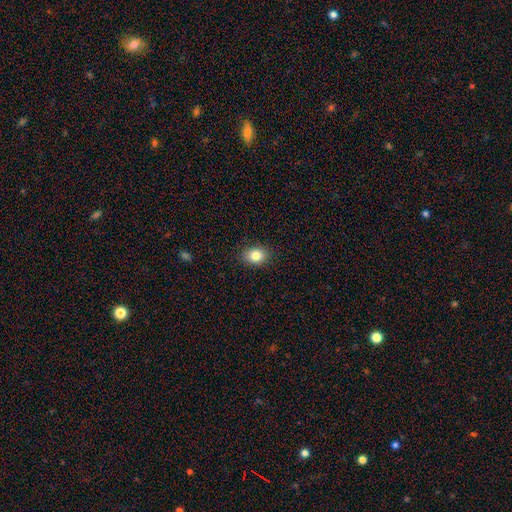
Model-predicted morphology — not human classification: Smooth or featured? Predicted: smooth (p=0.83). How rounded? Predicted: in between (p=0.58). Merging? Predicted: none (p=0.89).